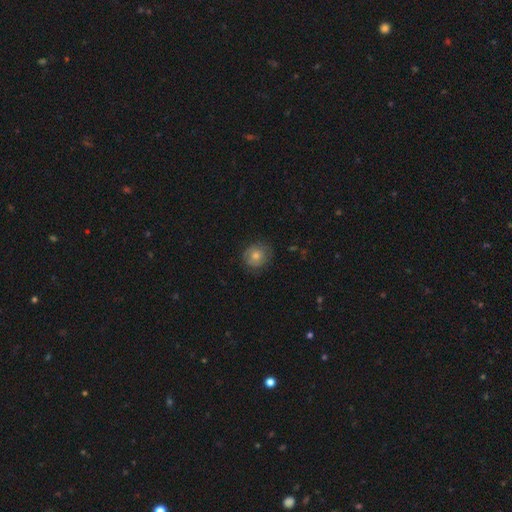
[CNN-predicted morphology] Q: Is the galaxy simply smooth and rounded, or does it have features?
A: smooth — 67%.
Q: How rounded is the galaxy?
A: round — 87%.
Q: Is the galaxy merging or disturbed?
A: none — 83%.